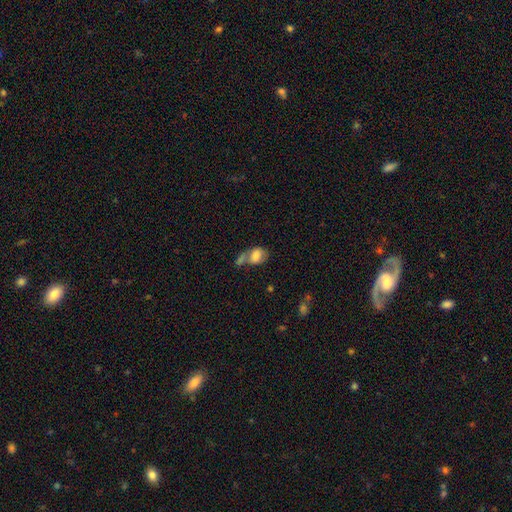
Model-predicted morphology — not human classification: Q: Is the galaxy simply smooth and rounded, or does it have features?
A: smooth — 70%.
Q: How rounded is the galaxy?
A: in between — 76%.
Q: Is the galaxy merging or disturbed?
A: merger — 50%.